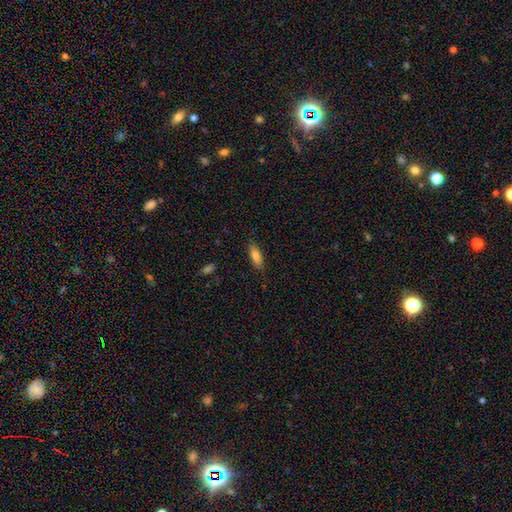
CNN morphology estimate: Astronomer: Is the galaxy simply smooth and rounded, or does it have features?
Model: smooth — 77%.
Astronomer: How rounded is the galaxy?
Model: in between — 60% (runner-up: cigar-shaped, 38%).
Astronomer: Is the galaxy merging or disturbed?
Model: none — 84%.